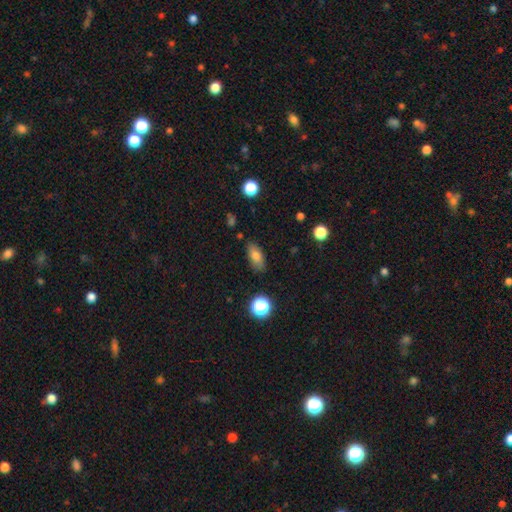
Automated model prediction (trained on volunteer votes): smooth_or_featured: smooth (p=0.78) [alt: featured or disk p=0.11]
how_rounded: in between (p=0.82) [alt: cigar-shaped p=0.12]
merging: none (p=0.83) [alt: minor disturbance p=0.12]